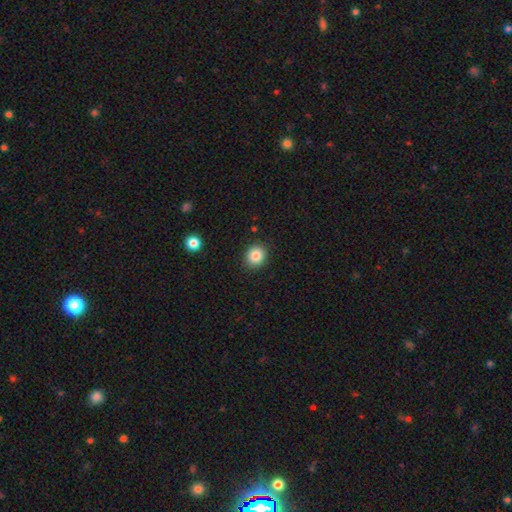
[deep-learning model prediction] Smooth or featured?
  - smooth: 85% *
  - star or artifact: 10%
  - featured or disk: 6%
How rounded?
  - round: 78% *
  - in between: 21%
  - cigar-shaped: 1%
Merging?
  - none: 90% *
  - minor disturbance: 7%
  - major disturbance: 2%
  - merger: 1%